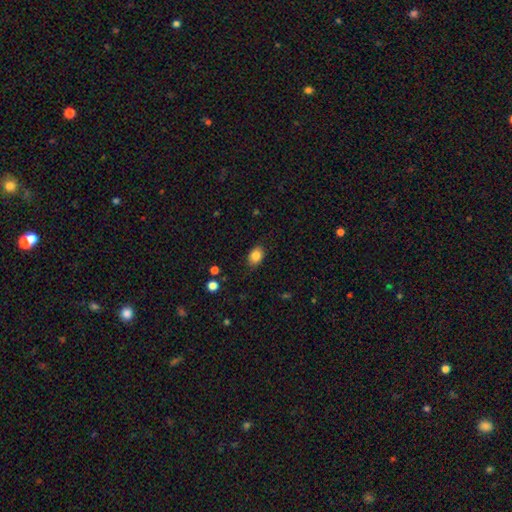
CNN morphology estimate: This appears to be a smooth galaxy with no disk features (85%) that is in between round and cigar-shaped (73%). Merging: none (82%).